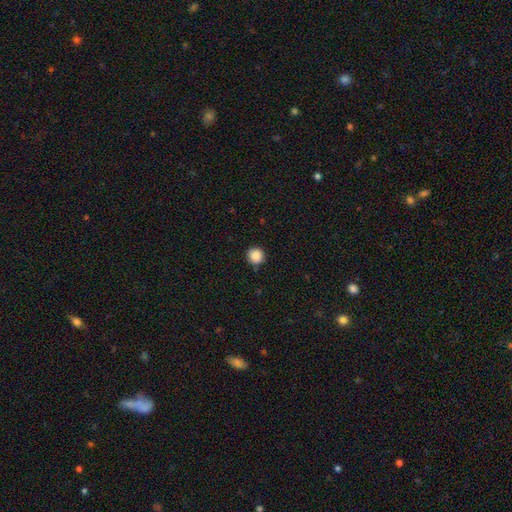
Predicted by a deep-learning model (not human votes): Morphology: type=smooth (87%); roundness=round (94%); merging=none (88%).